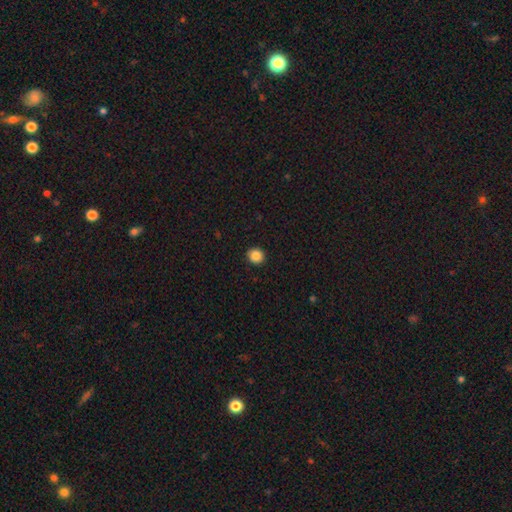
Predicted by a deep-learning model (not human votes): Smooth or featured? Predicted: smooth (p=0.86). How rounded? Predicted: round (p=0.89). Merging? Predicted: none (p=0.93).